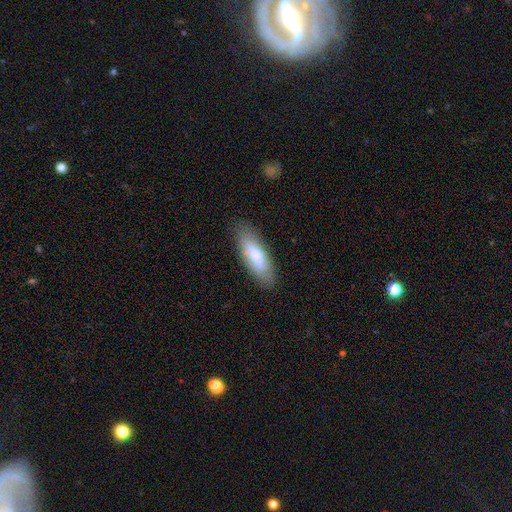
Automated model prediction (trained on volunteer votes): smooth_or_featured: smooth (p=0.77) [alt: featured or disk p=0.17]
how_rounded: in between (p=0.58) [alt: cigar-shaped p=0.40]
merging: none (p=0.82) [alt: minor disturbance p=0.13]